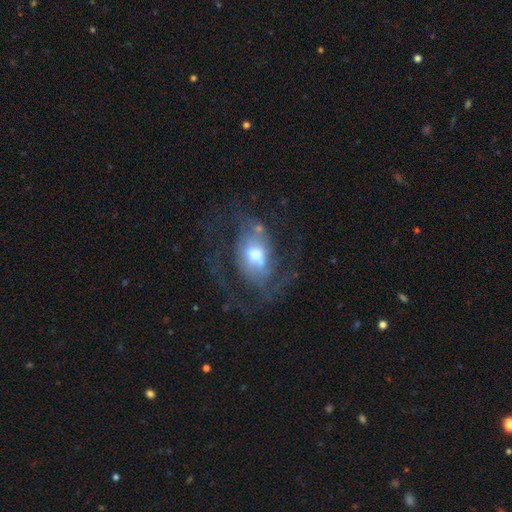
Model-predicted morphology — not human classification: Smooth or featured?
  - featured or disk: 69% *
  - smooth: 22%
  - star or artifact: 8%
Edge-on disk?
  - no: 95% *
  - yes: 5%
Bar?
  - no: 45% *
  - weak: 40%
  - strong: 15%
Spiral arms?
  - yes: 72% *
  - no: 28%
Bulge size?
  - moderate: 60% *
  - large: 19%
  - small: 16%
  - dominant: 2%
  - none: 2%
Merging?
  - none: 40% *
  - major disturbance: 37%
  - minor disturbance: 18%
  - merger: 5%